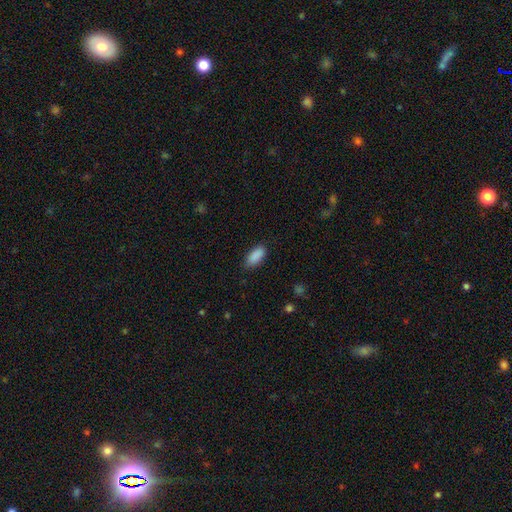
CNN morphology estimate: Smooth or featured?
  - smooth: 89% *
  - star or artifact: 7%
  - featured or disk: 4%
How rounded?
  - in between: 85% *
  - cigar-shaped: 13%
  - round: 2%
Merging?
  - none: 83% *
  - minor disturbance: 13%
  - major disturbance: 3%
  - merger: 1%